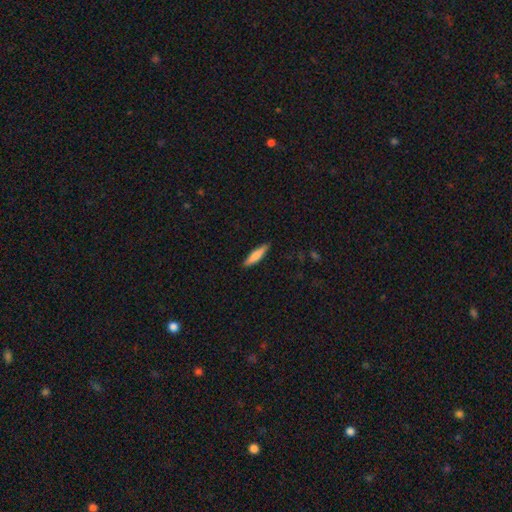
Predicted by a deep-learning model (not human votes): Smooth or featured?
  - smooth: 73% *
  - featured or disk: 21%
  - star or artifact: 6%
How rounded?
  - cigar-shaped: 81% *
  - in between: 18%
  - round: 1%
Merging?
  - none: 88% *
  - minor disturbance: 9%
  - major disturbance: 2%
  - merger: 1%